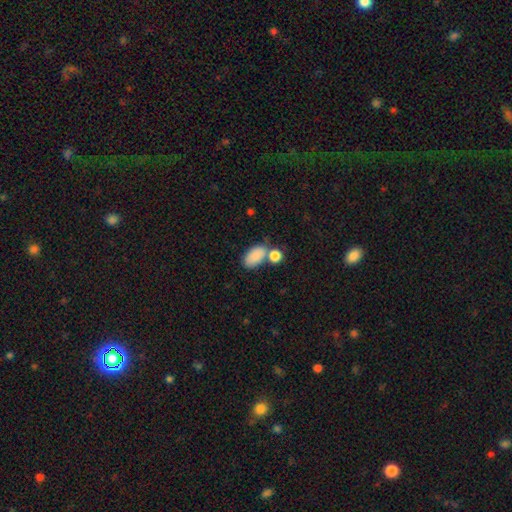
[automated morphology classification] smooth 86%, star or artifact 7%, featured or disk 7%. Down the decision tree: how rounded — in between (92%); merging — none (53%).